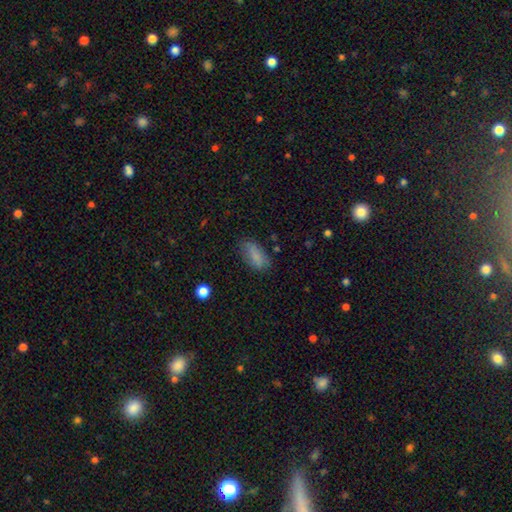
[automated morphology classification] A smooth galaxy with no disk features (82%) that is in between round and cigar-shaped (87%). Merging: none (72%).